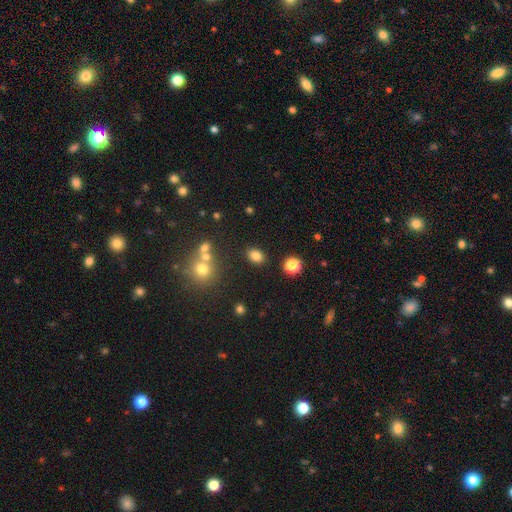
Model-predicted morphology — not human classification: Smooth or featured? Predicted: smooth (p=0.82). How rounded? Predicted: in between (p=0.74). Merging? Predicted: none (p=0.84).